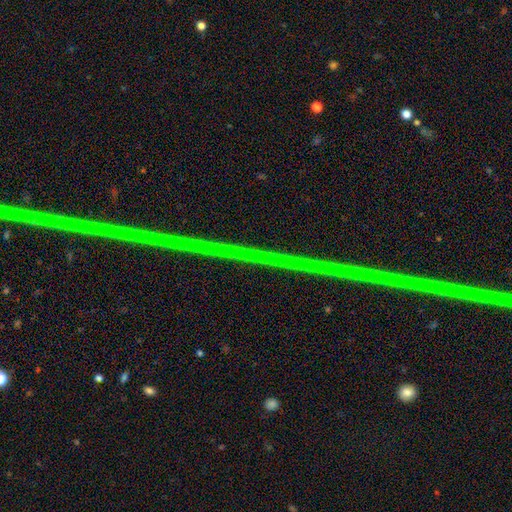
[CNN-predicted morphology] star or artifact 88%, featured or disk 8%, smooth 4%.